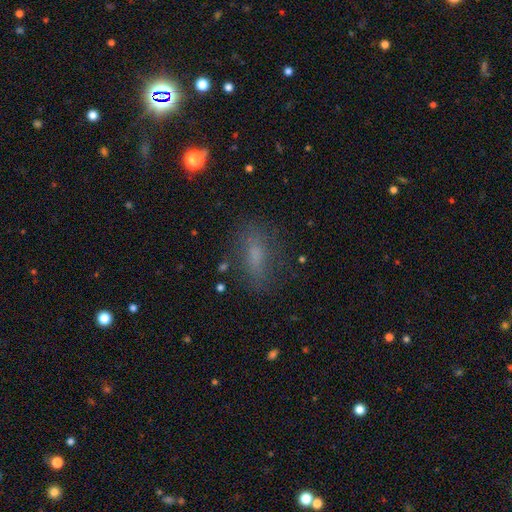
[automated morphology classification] This is likely a smooth galaxy (66%). How rounded: likely in between (67%). Merging: likely none (72%).